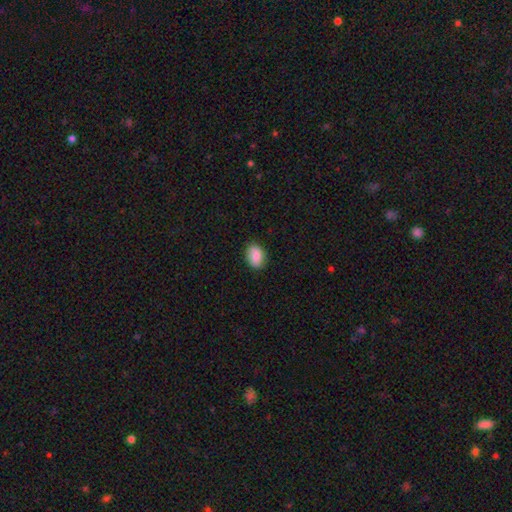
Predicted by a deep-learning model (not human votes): This is clearly a smooth galaxy (87%). How rounded: likely in between (80%). Merging: clearly none (83%).